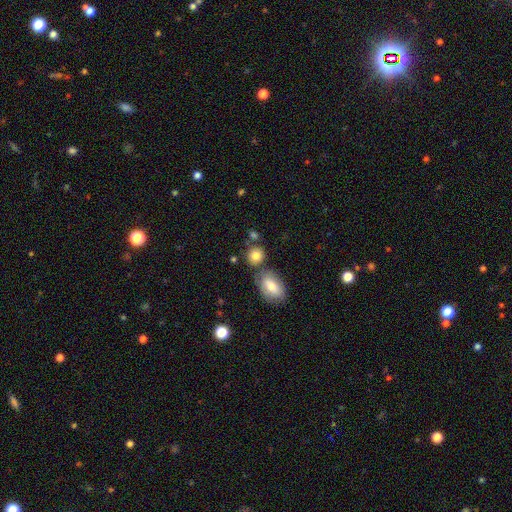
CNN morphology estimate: A smooth galaxy with no disk features (82%) that is round (69%). Merging: none (64%).